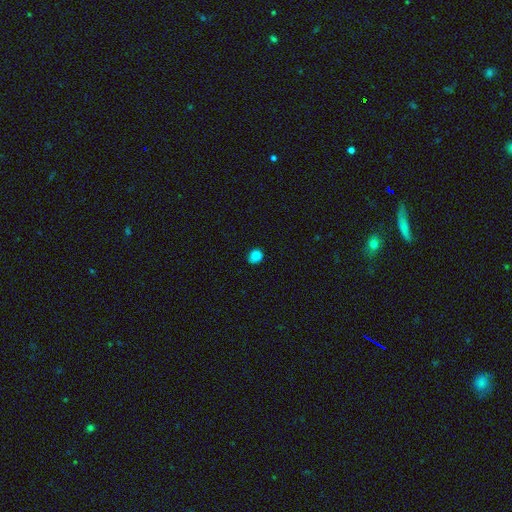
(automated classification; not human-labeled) smooth 85%, star or artifact 12%, featured or disk 4%. Down the decision tree: how rounded — round (66%); merging — none (81%).